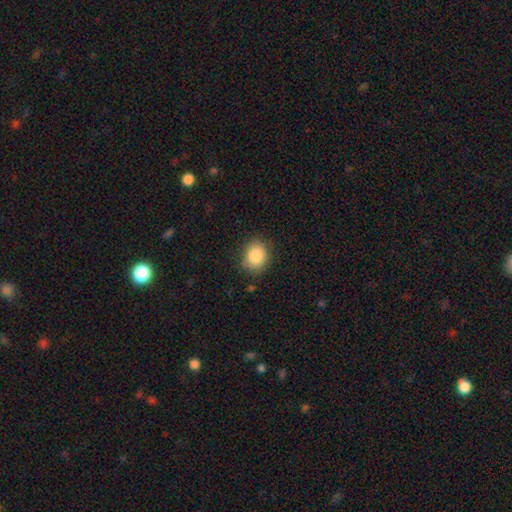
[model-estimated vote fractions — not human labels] smooth_or_featured: smooth (p=0.85) [alt: star or artifact p=0.09]
how_rounded: round (p=0.53) [alt: in between p=0.46]
merging: none (p=0.80) [alt: minor disturbance p=0.15]